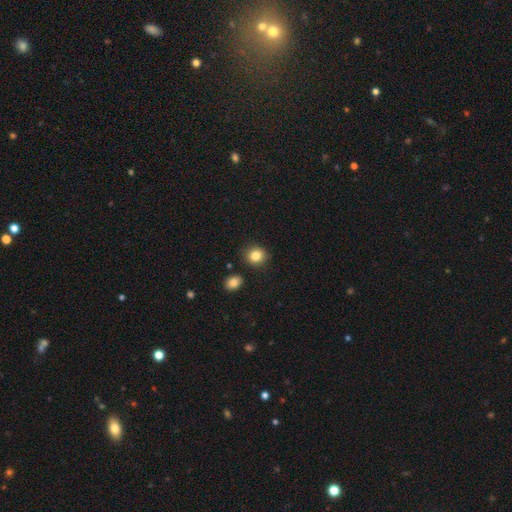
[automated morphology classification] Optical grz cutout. It shows a smooth galaxy with no disk features (84%) that is round (80%). Merging: none (87%).